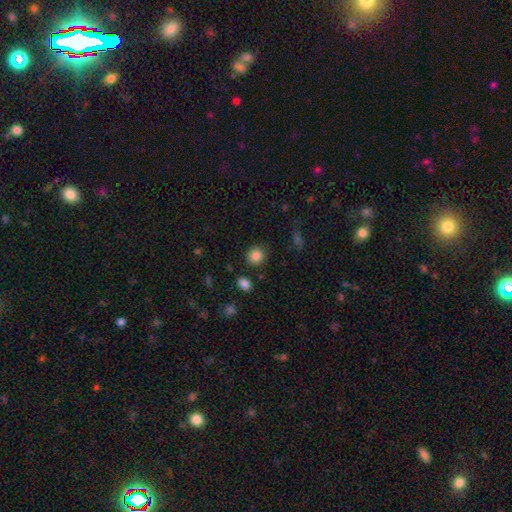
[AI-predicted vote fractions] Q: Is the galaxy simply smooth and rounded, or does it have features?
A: smooth — 86%.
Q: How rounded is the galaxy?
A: round — 85%.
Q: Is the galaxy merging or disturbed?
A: none — 86%.